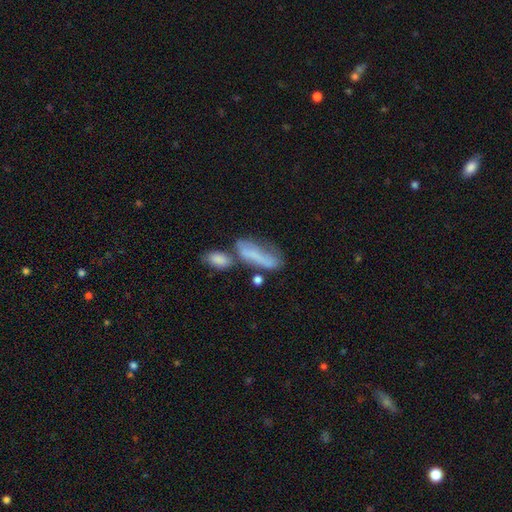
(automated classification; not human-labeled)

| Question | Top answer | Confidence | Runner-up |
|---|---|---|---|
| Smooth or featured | smooth | 57% | featured or disk (32%) |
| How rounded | in between | 56% | cigar-shaped (39%) |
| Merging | merger | 39% | none (28%) |